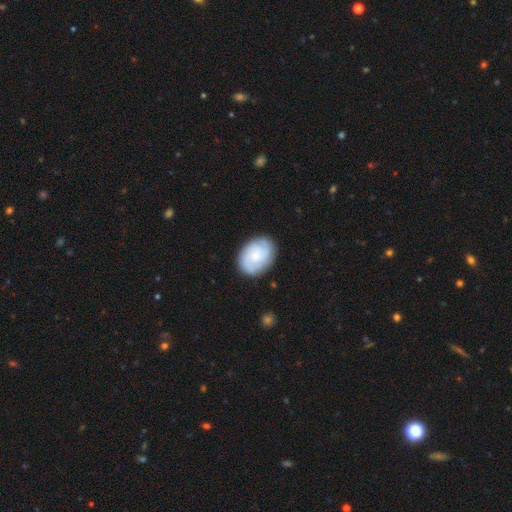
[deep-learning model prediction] Smooth or featured? featured or disk (60%)
Edge-on disk? no (98%)
Bar? no (75%)
Spiral arms? yes (90%)
Spiral winding? tight (56%)
Spiral arm count? can't tell (32%)
Bulge size? small (67%)
Merging? none (81%)